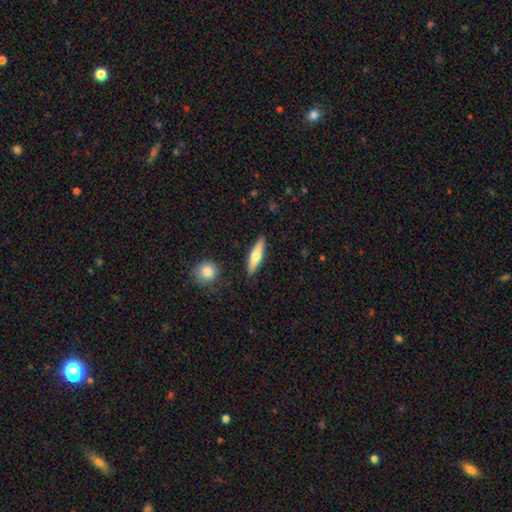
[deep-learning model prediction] smooth 56%, featured or disk 38%, star or artifact 6%. Down the decision tree: how rounded — cigar-shaped (70%); merging — none (87%).